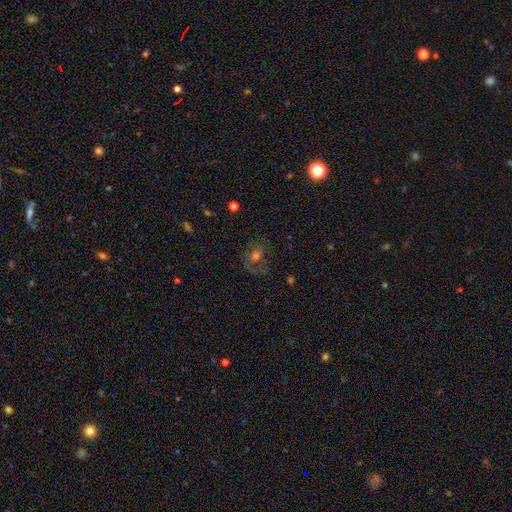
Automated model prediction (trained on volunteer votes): Overall: featured or disk (51%; smooth 29%). Edge-on disk: no (96%). Merging: none (60%; major disturbance 20%).